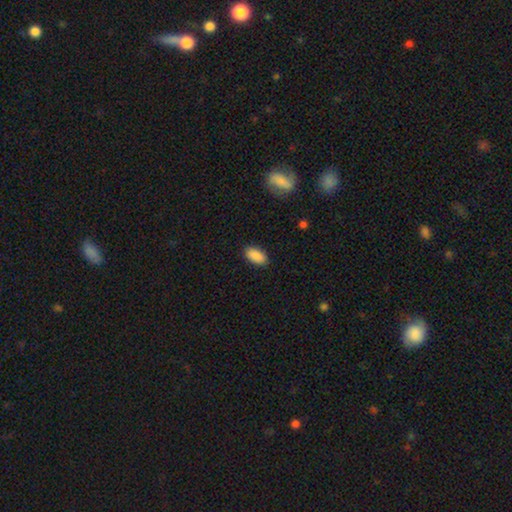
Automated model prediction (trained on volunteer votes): Morphology: type=smooth (90%); roundness=in between (94%); merging=none (88%).